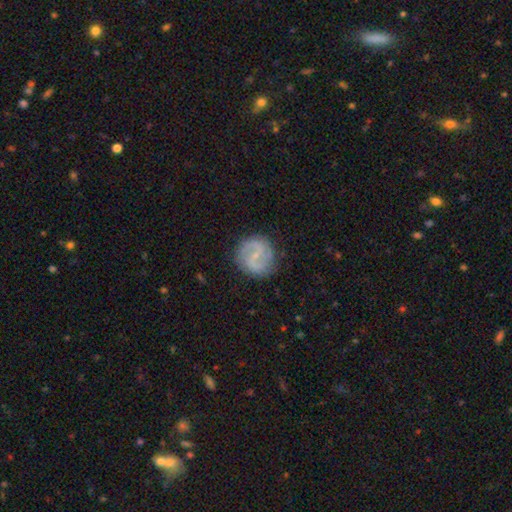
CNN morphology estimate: Q: Smooth or featured?
A: featured or disk (73%); runner-up: smooth (21%)
Q: Edge-on disk?
A: no (98%); runner-up: yes (2%)
Q: Bar?
A: weak (54%); runner-up: no (29%)
Q: Spiral arms?
A: yes (91%); runner-up: no (9%)
Q: Spiral winding?
A: medium (48%); runner-up: loose (33%)
Q: Spiral arm count?
A: 2 (88%); runner-up: can't tell (6%)
Q: Bulge size?
A: small (67%); runner-up: none (18%)
Q: Merging?
A: none (83%); runner-up: minor disturbance (12%)